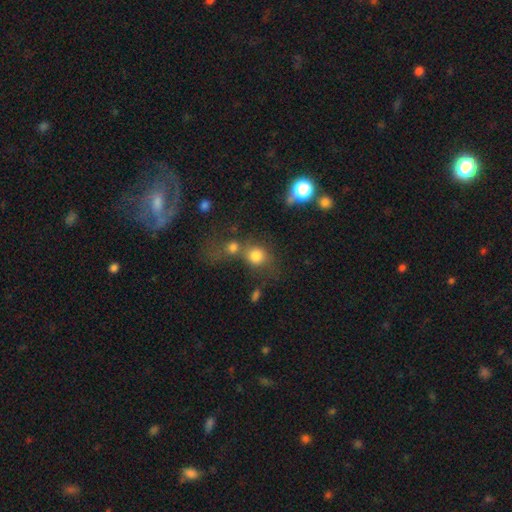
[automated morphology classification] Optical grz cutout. It shows a smooth galaxy with no disk features (76%) that is round (74%). Merging: merger (43%).